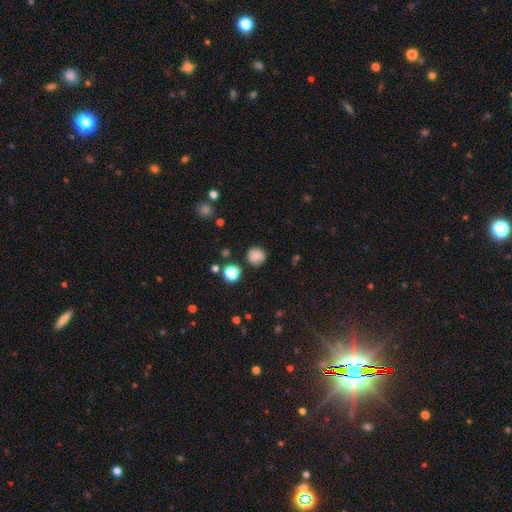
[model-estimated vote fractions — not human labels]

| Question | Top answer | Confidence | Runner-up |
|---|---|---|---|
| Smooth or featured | smooth | 82% | star or artifact (12%) |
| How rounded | round | 90% | in between (9%) |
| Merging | none | 82% | minor disturbance (12%) |